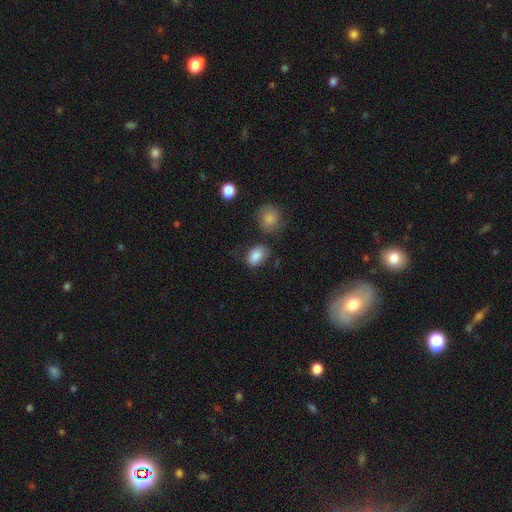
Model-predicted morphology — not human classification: Overall: smooth (85%). How rounded: in between (78%). Merging: none (64%).